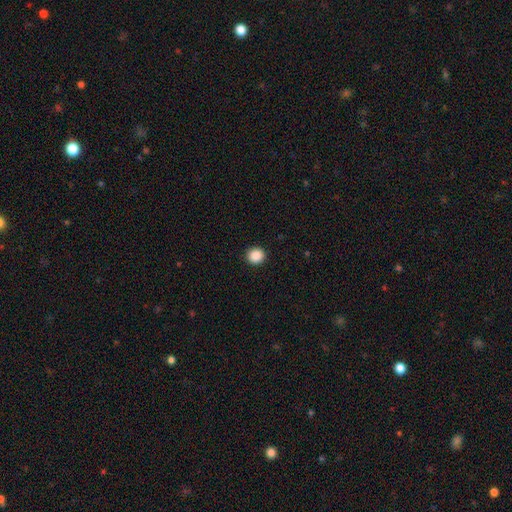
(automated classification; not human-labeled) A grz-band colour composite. It shows a smooth galaxy with no disk features (89%) that is round (90%). Merging: none (92%).